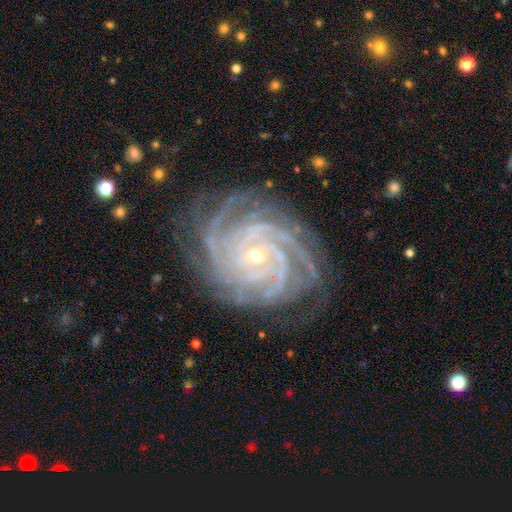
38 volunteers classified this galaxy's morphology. Smooth or featured: featured or disk — 95% (star or artifact — 5%)
Edge-on disk: no — 100%
Bar: no — 50% (strong — 25%)
Spiral arms: yes — 100%
Spiral winding: tight — 75% (medium — 25%)
Spiral arm count: more than 4 — 53% (3 — 22%)
Bulge size: small — 67% (moderate — 31%)
Merging: none — 75% (minor disturbance — 19%)